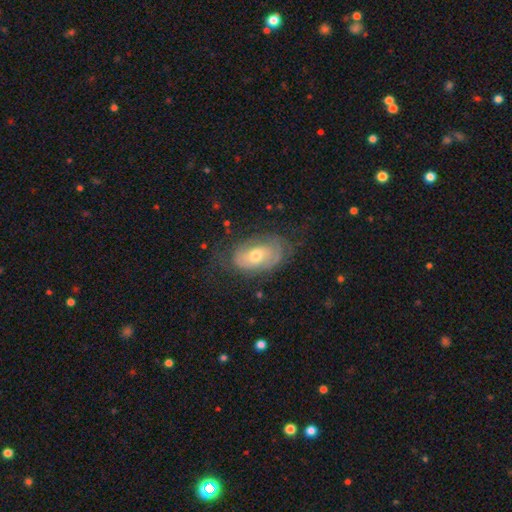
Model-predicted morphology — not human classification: smooth_or_featured: featured or disk (p=0.60) [alt: smooth p=0.32]
disk_edge_on: no (p=0.91) [alt: yes p=0.09]
bar: no (p=0.71) [alt: weak p=0.23]
has_spiral_arms: yes (p=0.67) [alt: no p=0.33]
bulge_size: moderate (p=0.67) [alt: small p=0.27]
merging: none (p=0.62) [alt: minor disturbance p=0.23]